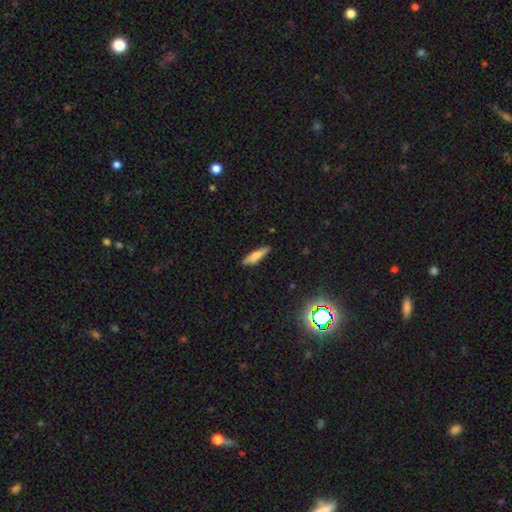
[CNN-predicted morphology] A smooth galaxy with no disk features (70%) that is cigar-shaped (74%).

Vote fractions:
- Smooth or featured? smooth: 70% / featured or disk: 22% / star or artifact: 8%
- How rounded? cigar-shaped: 74% / in between: 24% / round: 2%
- Merging? none: 84% / minor disturbance: 12% / major disturbance: 2% / merger: 1%